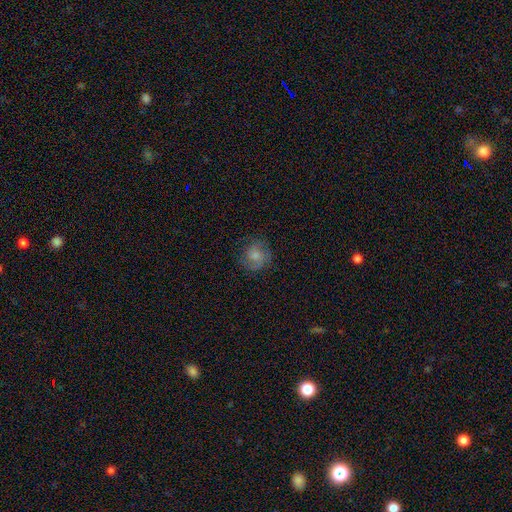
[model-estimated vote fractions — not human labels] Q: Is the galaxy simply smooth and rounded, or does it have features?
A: smooth — 66%.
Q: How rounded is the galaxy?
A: round — 84%.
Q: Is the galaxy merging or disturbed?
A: none — 72%.